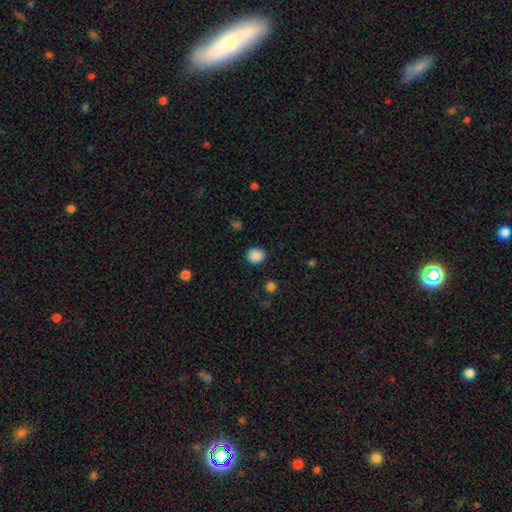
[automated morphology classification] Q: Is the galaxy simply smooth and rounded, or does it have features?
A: smooth — 88%.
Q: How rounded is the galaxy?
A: round — 82%.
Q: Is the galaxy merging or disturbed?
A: none — 90%.